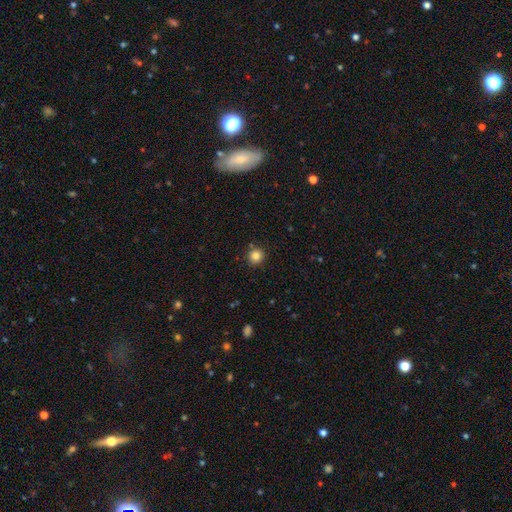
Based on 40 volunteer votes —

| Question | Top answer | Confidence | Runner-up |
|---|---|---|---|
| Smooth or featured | smooth | 90% | featured or disk (5%) |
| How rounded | round | 94% | in between (6%) |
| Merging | none | 95% | minor disturbance (5%) |